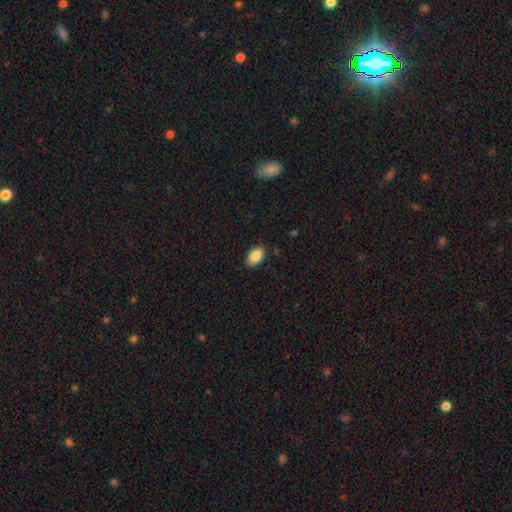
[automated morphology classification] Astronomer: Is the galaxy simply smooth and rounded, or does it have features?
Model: smooth — 87%.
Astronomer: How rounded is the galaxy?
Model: in between — 91%.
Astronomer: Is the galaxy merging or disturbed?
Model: none — 84%.